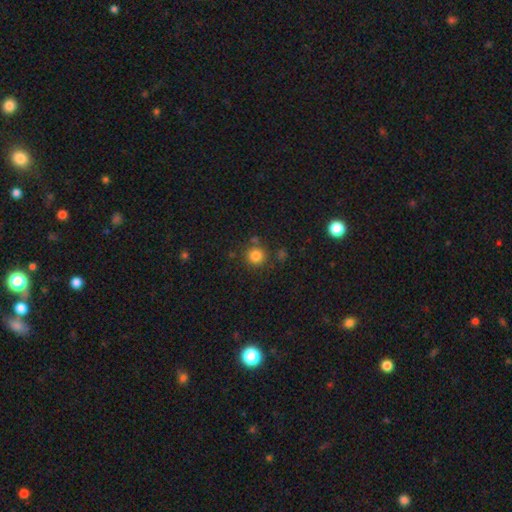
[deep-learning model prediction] Morphology: type=smooth (82%); roundness=round (93%); merging=none (81%).